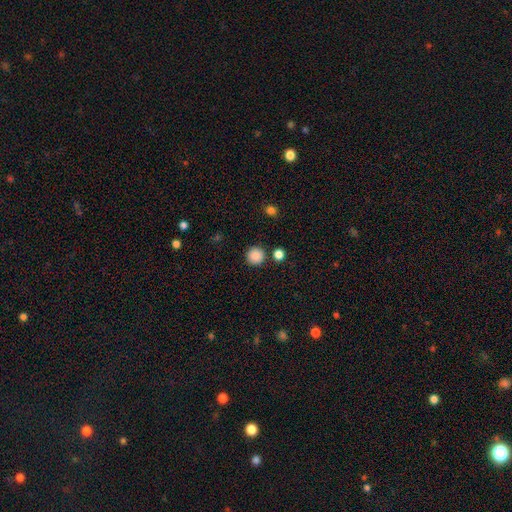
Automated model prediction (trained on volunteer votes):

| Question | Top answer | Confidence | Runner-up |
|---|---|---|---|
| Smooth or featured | smooth | 87% | star or artifact (10%) |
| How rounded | round | 95% | in between (5%) |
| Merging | none | 87% | minor disturbance (6%) |